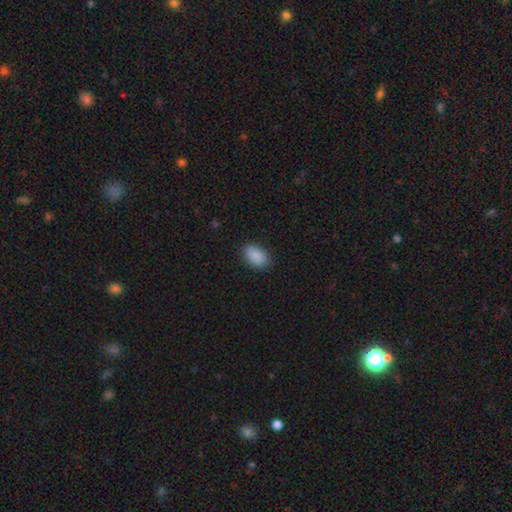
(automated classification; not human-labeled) This appears to be a smooth galaxy with no disk features (90%) that is in between round and cigar-shaped (92%). Merging: none (84%).